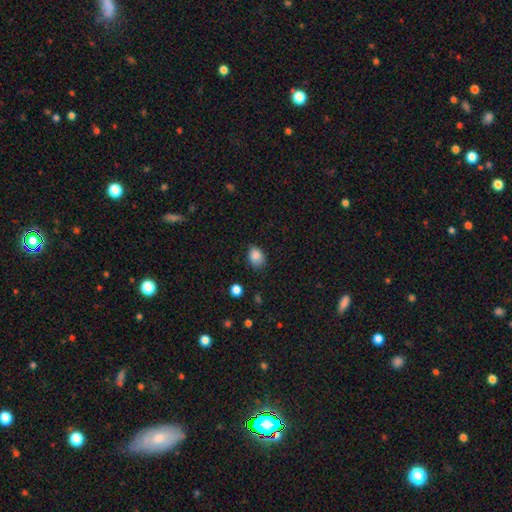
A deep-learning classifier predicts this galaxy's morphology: The model was most divided on "merging": none: 68%, minor disturbance: 25%, major disturbance: 5%, merger: 2%. More confident: smooth or featured — smooth (86%); how rounded — in between (72%).